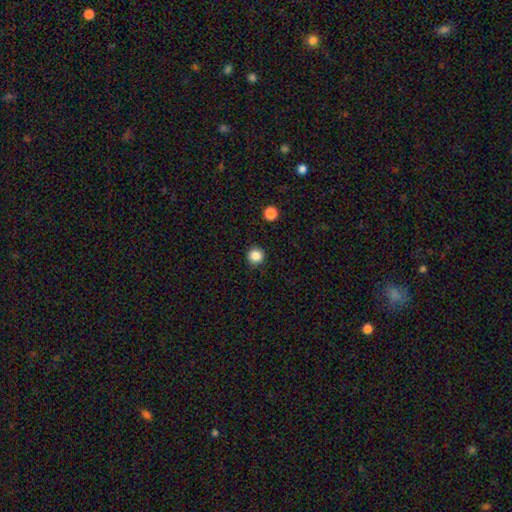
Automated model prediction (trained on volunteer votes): smooth 85%, star or artifact 11%, featured or disk 3%. Down the decision tree: how rounded — round (96%); merging — none (92%).